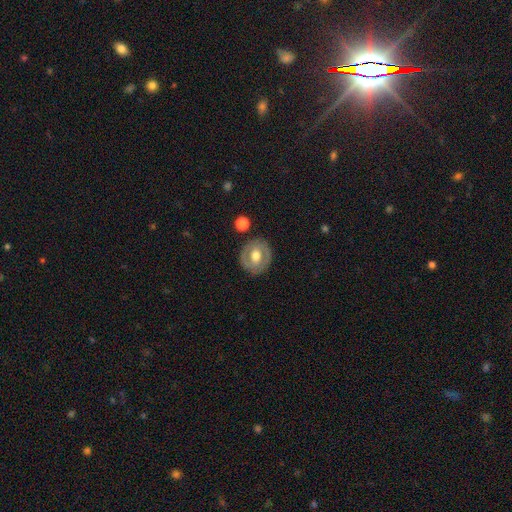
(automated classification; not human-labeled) The model was most divided on "smooth or featured": featured or disk: 53%, smooth: 41%, star or artifact: 6%. More confident: edge-on disk — no (95%); merging — none (83%).